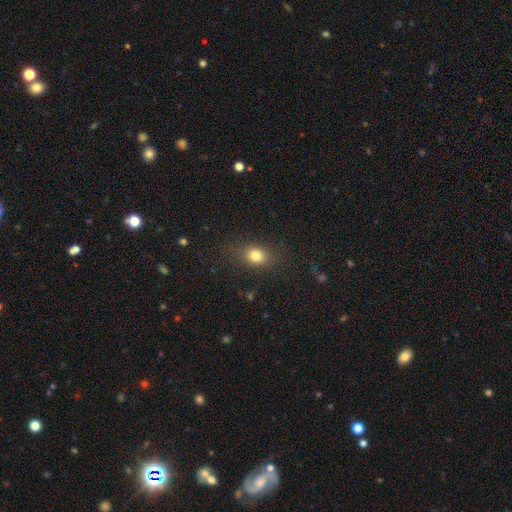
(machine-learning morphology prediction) The model was most divided on "how rounded" (2-way tie): round: 49%, in between: 49%, cigar-shaped: 2%. More confident: merging — none (81%); smooth or featured — smooth (79%).